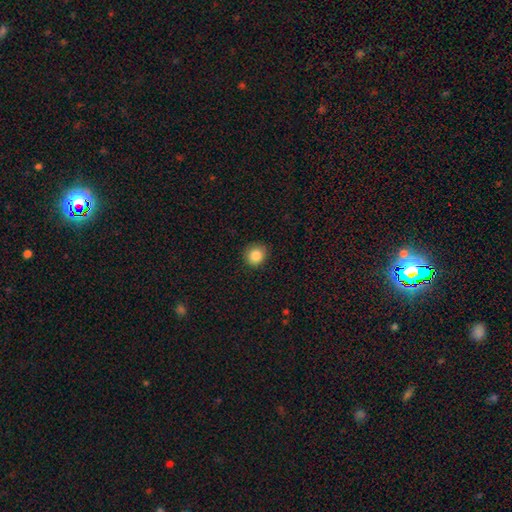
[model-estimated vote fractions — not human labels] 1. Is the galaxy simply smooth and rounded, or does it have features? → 86% smooth, 10% star or artifact, 4% featured or disk.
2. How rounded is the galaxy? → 86% round, 13% in between, 1% cigar-shaped.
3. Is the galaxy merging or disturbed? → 89% none, 7% minor disturbance, 2% major disturbance, 1% merger.